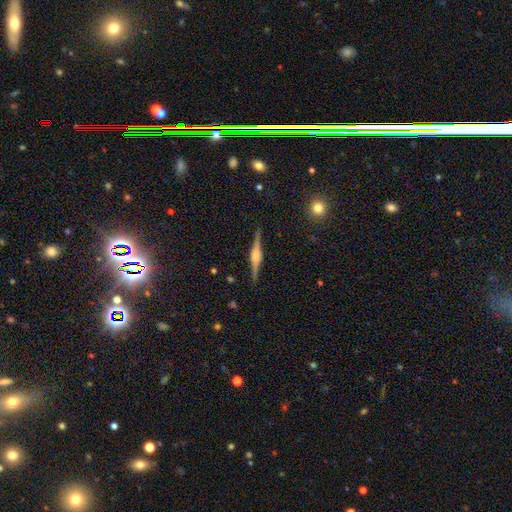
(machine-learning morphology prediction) A featured or disk galaxy (81%) viewed edge-on (98%) with a rounded central bulge (76%).

Vote fractions:
- Smooth or featured? featured or disk: 81% / smooth: 12% / star or artifact: 6%
- Edge-on disk? yes: 98% / no: 2%
- Edge-on bulge? rounded: 76% / boxy: 21% / none: 4%
- Merging? none: 90% / minor disturbance: 7% / major disturbance: 2% / merger: 1%